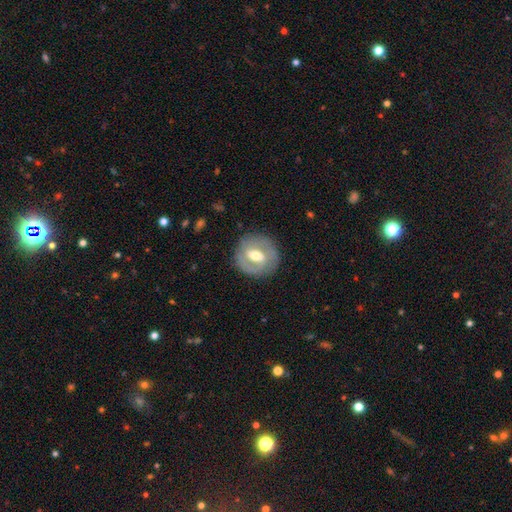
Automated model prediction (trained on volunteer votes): Smooth or featured: featured or disk — 62% (smooth — 32%)
Edge-on disk: no — 95% (yes — 5%)
Bar: weak — 49% (strong — 30%)
Spiral arms: yes — 56% (no — 44%)
Bulge size: moderate — 73% (small — 14%)
Merging: none — 83% (minor disturbance — 11%)